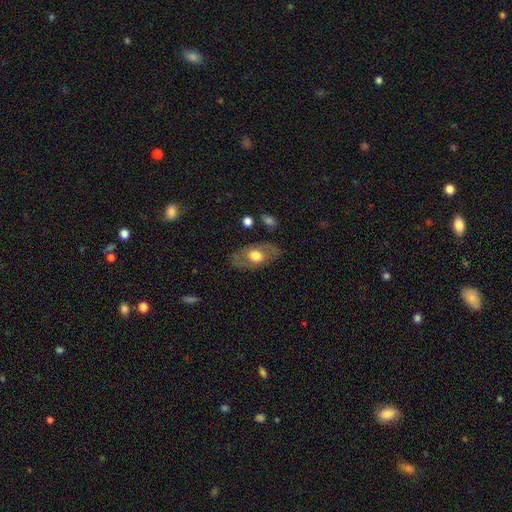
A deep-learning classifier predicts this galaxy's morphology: smooth_or_featured: smooth (p=0.54) [alt: featured or disk p=0.40]
how_rounded: in between (p=0.87) [alt: round p=0.11]
merging: none (p=0.79) [alt: minor disturbance p=0.14]